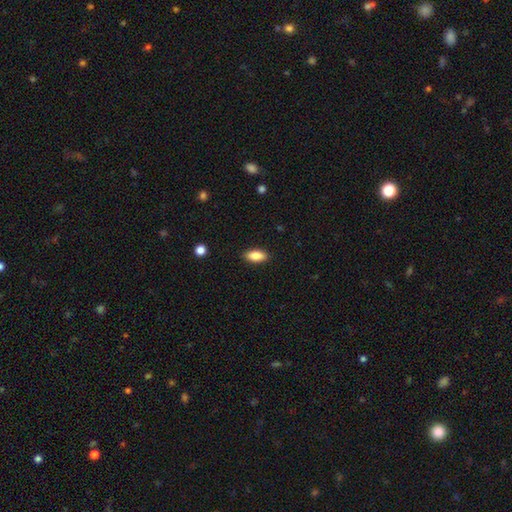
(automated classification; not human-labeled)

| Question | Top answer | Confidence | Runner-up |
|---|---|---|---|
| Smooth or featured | smooth | 84% | featured or disk (9%) |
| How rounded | in between | 86% | cigar-shaped (11%) |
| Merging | none | 89% | minor disturbance (8%) |